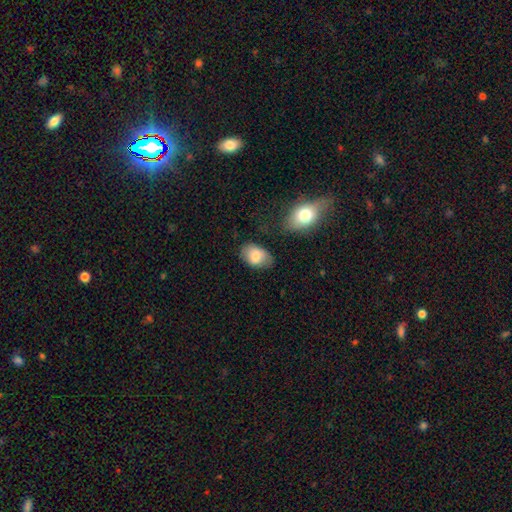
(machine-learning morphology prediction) The model was most divided on "merging": none: 67%, minor disturbance: 23%, major disturbance: 6%, merger: 5%. More confident: how rounded — in between (86%); smooth or featured — smooth (80%).